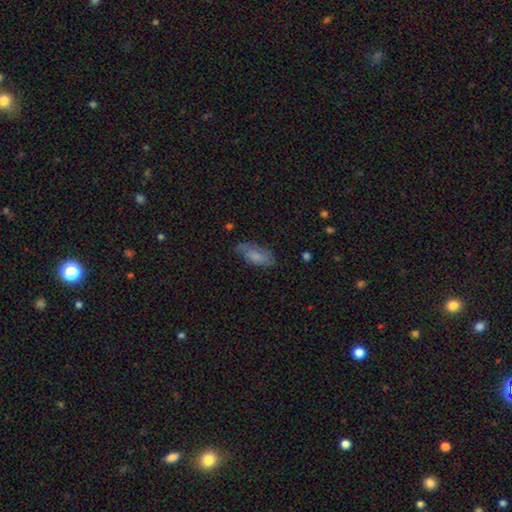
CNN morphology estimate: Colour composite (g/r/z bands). It shows a smooth galaxy with no disk features (69%) that is in between round and cigar-shaped (84%). Merging: none (64%).